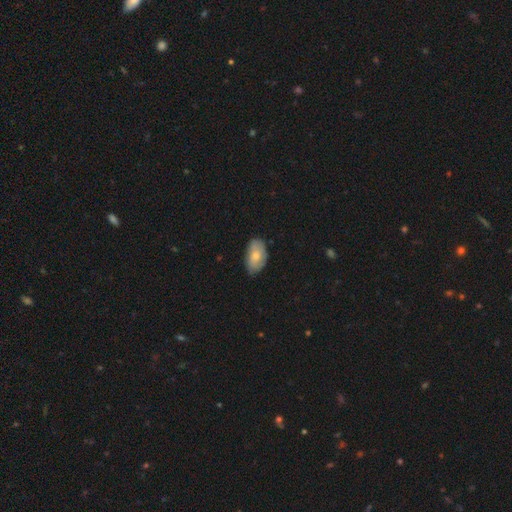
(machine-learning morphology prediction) type=smooth (68%); roundness=in between (93%); merging=none (71%).